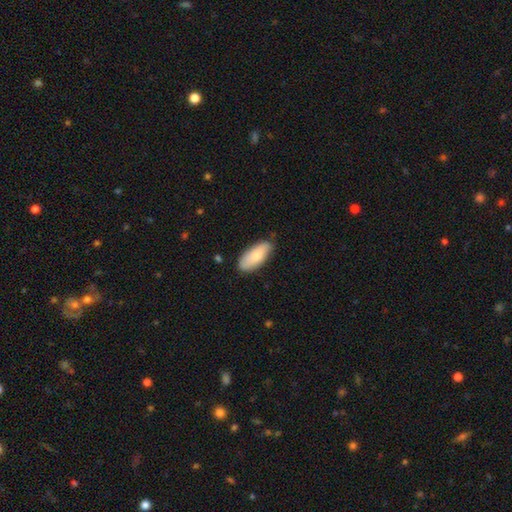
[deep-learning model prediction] smooth_or_featured: smooth (p=0.76) [alt: featured or disk p=0.18]
how_rounded: in between (p=0.86) [alt: cigar-shaped p=0.12]
merging: none (p=0.79) [alt: minor disturbance p=0.17]